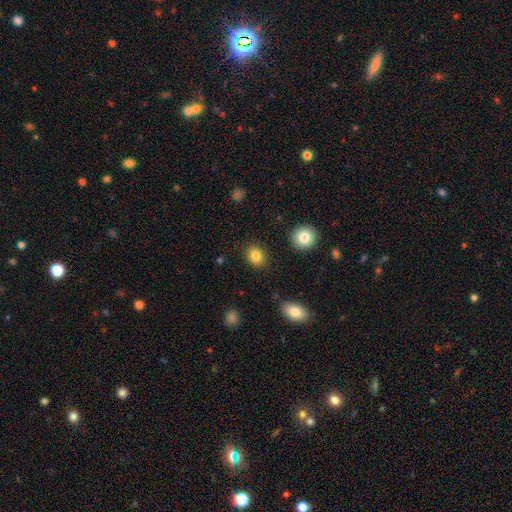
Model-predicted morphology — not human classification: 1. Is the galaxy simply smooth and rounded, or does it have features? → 84% smooth, 10% star or artifact, 6% featured or disk.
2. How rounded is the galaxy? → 59% round, 40% in between, 1% cigar-shaped.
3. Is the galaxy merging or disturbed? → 88% none, 8% minor disturbance, 3% major disturbance, 2% merger.